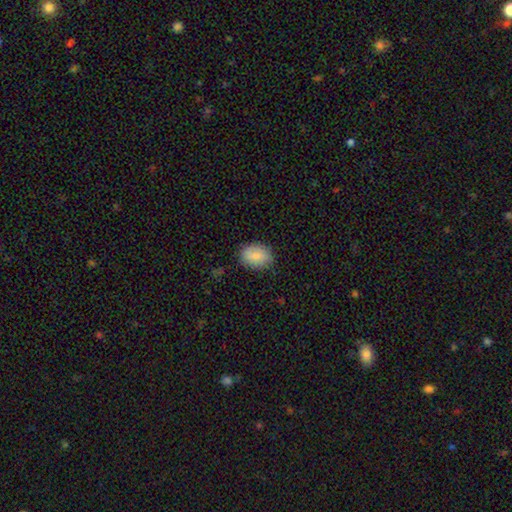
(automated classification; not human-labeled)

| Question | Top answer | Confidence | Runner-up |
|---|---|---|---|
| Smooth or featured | smooth | 85% | featured or disk (8%) |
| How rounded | in between | 70% | round (29%) |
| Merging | none | 82% | minor disturbance (14%) |